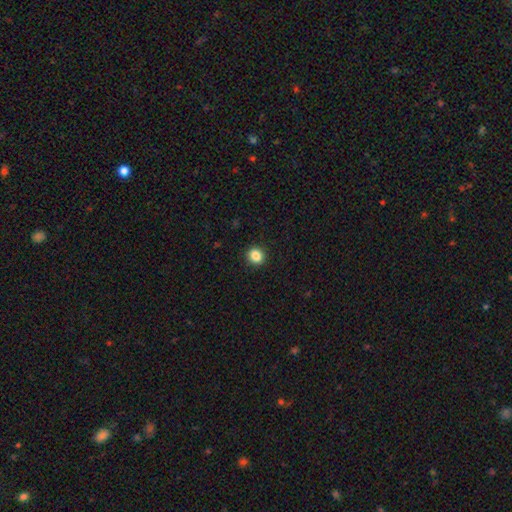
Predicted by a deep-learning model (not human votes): A smooth galaxy with no disk features (86%) that is round (80%). Merging: none (92%).